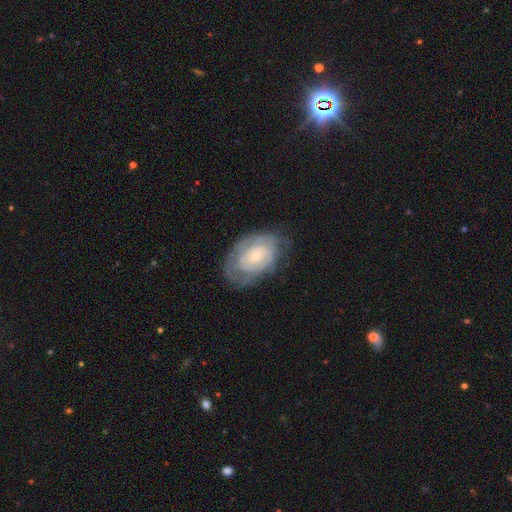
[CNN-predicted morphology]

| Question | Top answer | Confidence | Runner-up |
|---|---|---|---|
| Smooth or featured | featured or disk | 71% | smooth (23%) |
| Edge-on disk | no | 96% | yes (4%) |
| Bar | no | 79% | weak (17%) |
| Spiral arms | yes | 79% | no (21%) |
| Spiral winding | tight | 71% | medium (22%) |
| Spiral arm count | can't tell | 56% | 2 (21%) |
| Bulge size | small | 74% | moderate (22%) |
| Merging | none | 69% | minor disturbance (21%) |